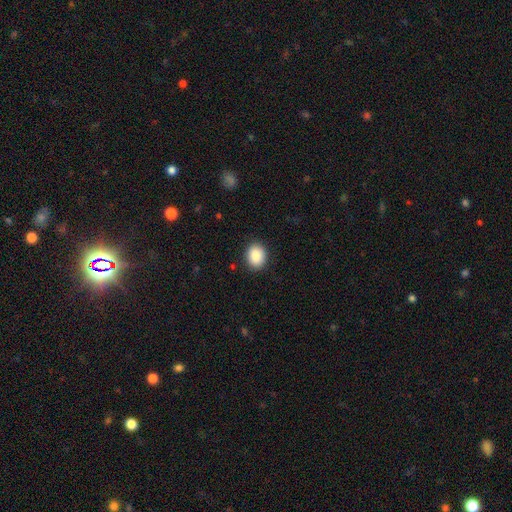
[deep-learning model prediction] smooth 88%, star or artifact 8%, featured or disk 4%. Down the decision tree: how rounded — round (55%); merging — none (89%).